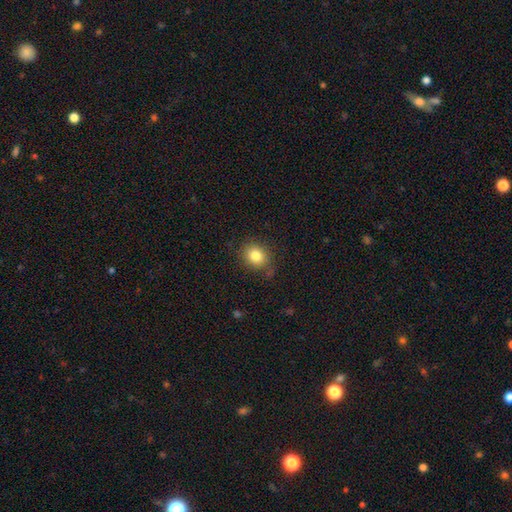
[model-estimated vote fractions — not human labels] smooth_or_featured: smooth (p=0.83) [alt: star or artifact p=0.11]
how_rounded: round (p=0.67) [alt: in between p=0.32]
merging: none (p=0.81) [alt: minor disturbance p=0.14]